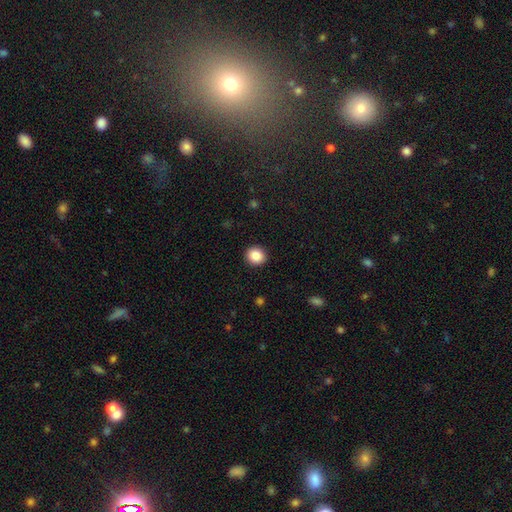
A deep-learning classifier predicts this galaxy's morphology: type=smooth (87%); roundness=round (86%); merging=none (92%).